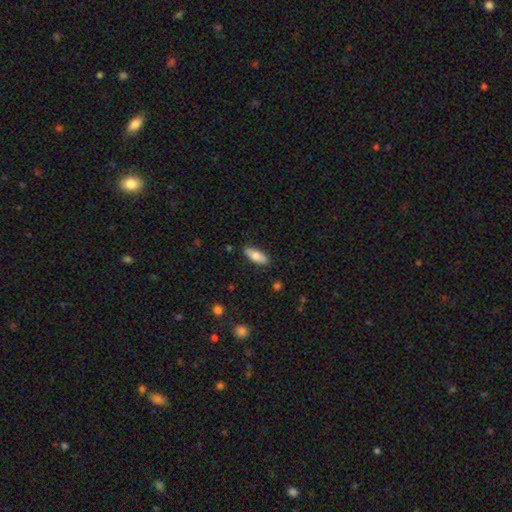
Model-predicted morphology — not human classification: The model was most divided on "smooth or featured": smooth: 75%, featured or disk: 19%, star or artifact: 6%. More confident: merging — none (84%); how rounded — in between (79%).